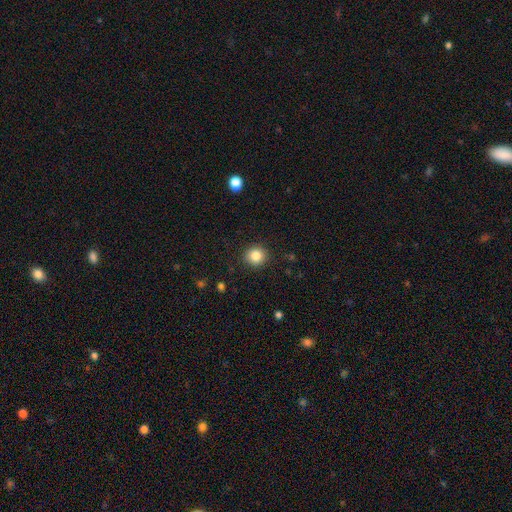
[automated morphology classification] Q: Smooth or featured?
A: smooth (84%); runner-up: star or artifact (10%)
Q: How rounded?
A: round (88%); runner-up: in between (11%)
Q: Merging?
A: none (90%); runner-up: minor disturbance (7%)